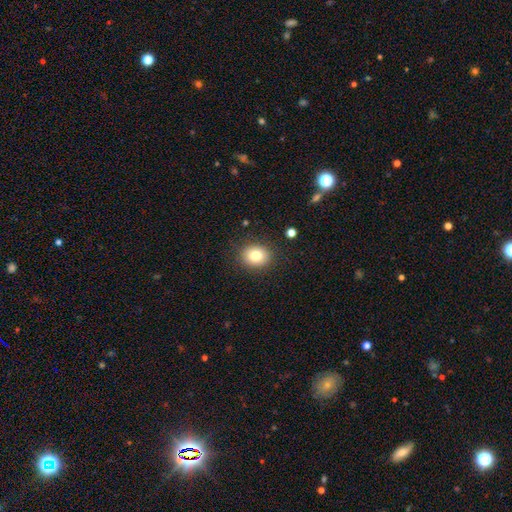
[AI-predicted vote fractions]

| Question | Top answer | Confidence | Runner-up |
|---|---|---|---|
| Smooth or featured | smooth | 81% | star or artifact (10%) |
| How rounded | round | 58% | in between (41%) |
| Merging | none | 87% | minor disturbance (9%) |